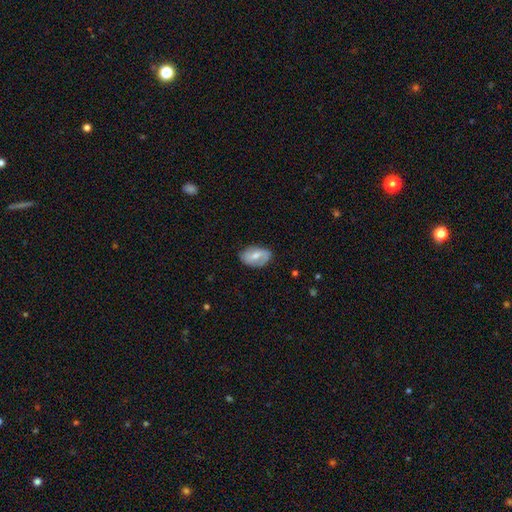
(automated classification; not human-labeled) featured or disk 51%, smooth 43%, star or artifact 6%. Down the decision tree: edge-on disk — no (95%); merging — none (76%).